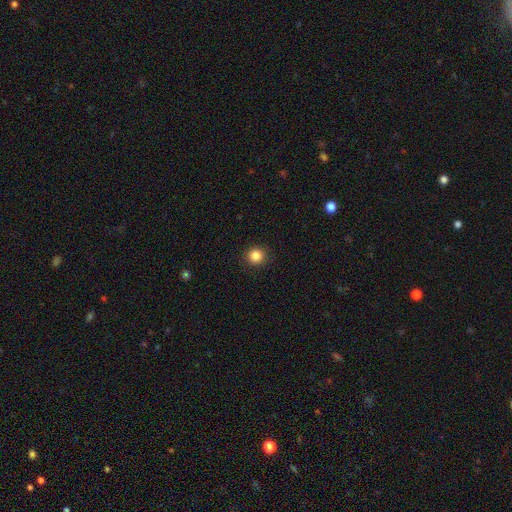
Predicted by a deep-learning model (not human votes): This appears to be a smooth galaxy with no disk features (85%) that is round (92%). Merging: none (91%).